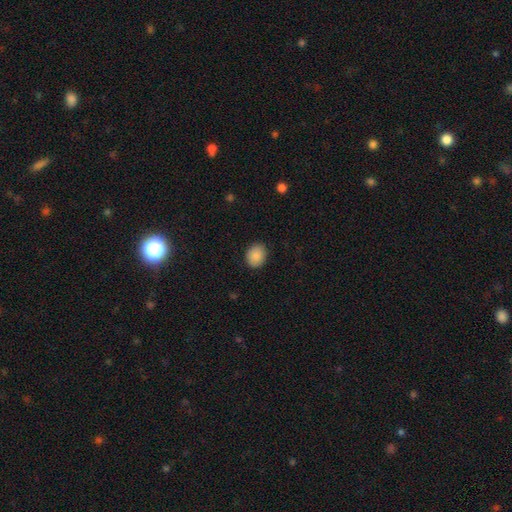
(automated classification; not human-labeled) Smooth or featured: smooth — 89% (star or artifact — 7%)
How rounded: round — 52% (in between — 47%)
Merging: none — 89% (minor disturbance — 8%)